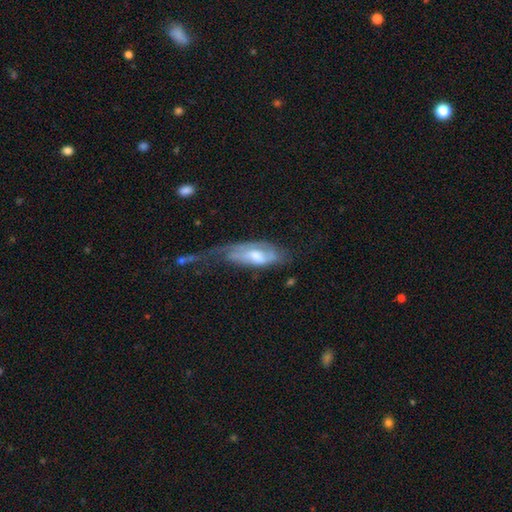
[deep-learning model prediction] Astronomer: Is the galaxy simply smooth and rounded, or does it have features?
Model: featured or disk — 66%.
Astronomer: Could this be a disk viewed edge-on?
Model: no — 84%.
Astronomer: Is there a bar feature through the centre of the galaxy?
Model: no — 53% (runner-up: weak, 36%).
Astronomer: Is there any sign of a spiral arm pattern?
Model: yes — 78%.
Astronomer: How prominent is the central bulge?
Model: moderate — 62%.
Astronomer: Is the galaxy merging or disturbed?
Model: major disturbance — 47% (runner-up: none, 25%).